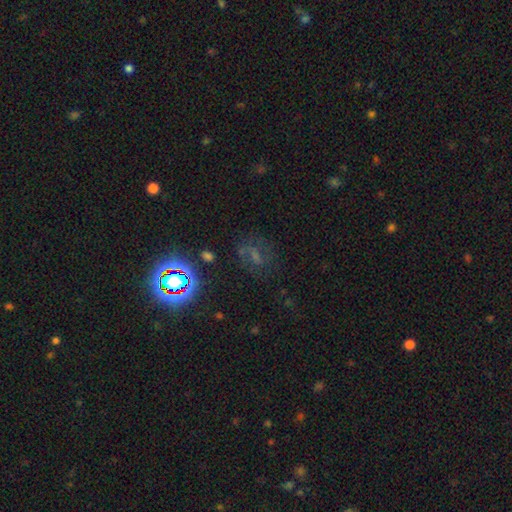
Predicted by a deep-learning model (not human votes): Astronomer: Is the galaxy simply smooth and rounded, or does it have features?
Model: star or artifact — 41% (runner-up: featured or disk, 31%).